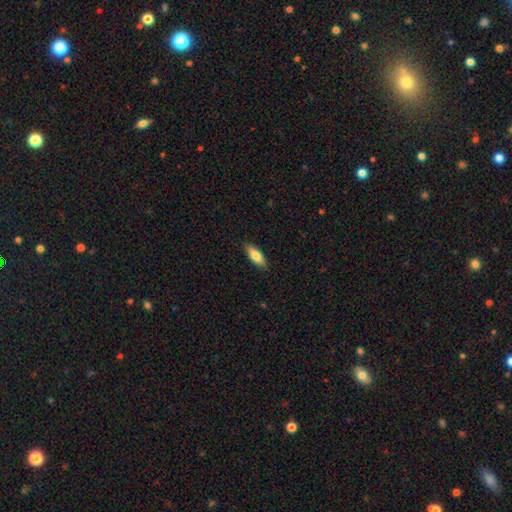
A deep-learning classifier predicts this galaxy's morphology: smooth-or-featured: smooth: 74% | featured or disk: 20% | star or artifact: 6%
  how-rounded: in between: 67% | cigar-shaped: 31% | round: 2%
  merging: none: 87% | minor disturbance: 10% | major disturbance: 2% | merger: 1%